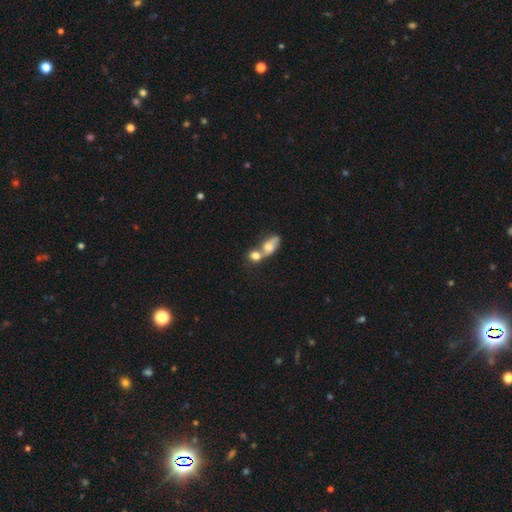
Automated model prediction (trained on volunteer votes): Q: Smooth or featured?
A: smooth (71%); runner-up: featured or disk (20%)
Q: How rounded?
A: in between (49%); runner-up: round (47%)
Q: Merging?
A: merger (65%); runner-up: none (23%)